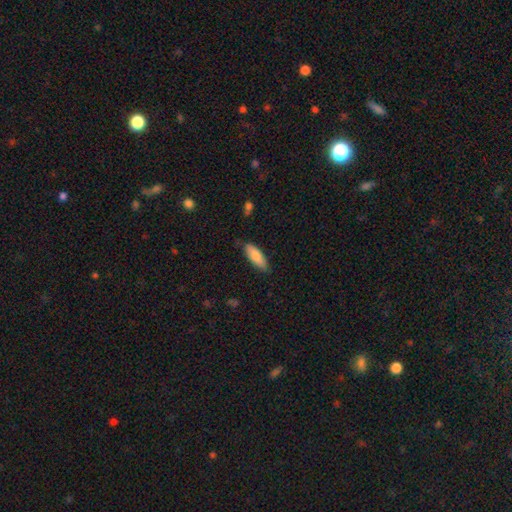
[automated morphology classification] smooth_or_featured: smooth (p=0.84) [alt: featured or disk p=0.10]
how_rounded: in between (p=0.60) [alt: cigar-shaped p=0.38]
merging: none (p=0.81) [alt: minor disturbance p=0.15]